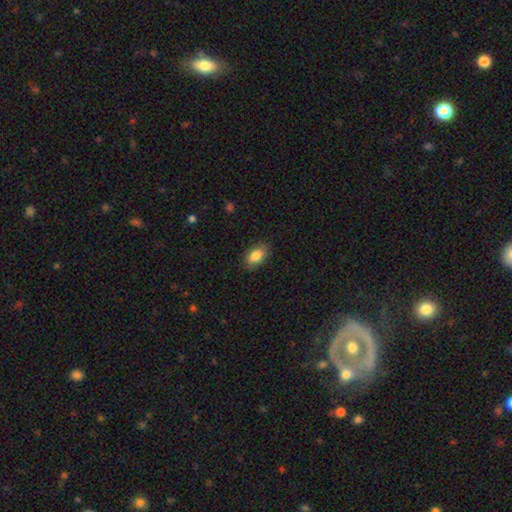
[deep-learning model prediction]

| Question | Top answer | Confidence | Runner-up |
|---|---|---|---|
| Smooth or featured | smooth | 84% | featured or disk (9%) |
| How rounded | in between | 90% | round (7%) |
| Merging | none | 86% | minor disturbance (11%) |